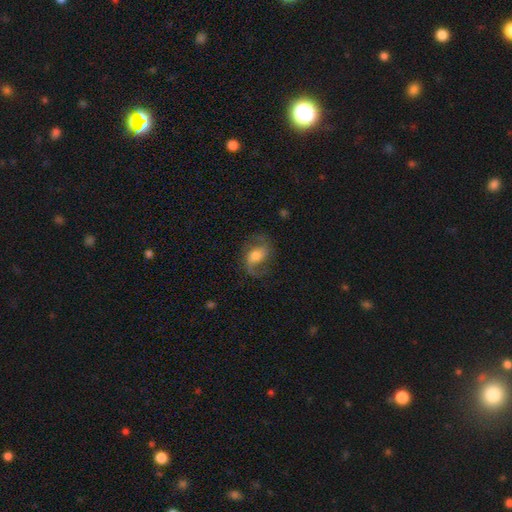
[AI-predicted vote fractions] The model was most divided on "bar" (2-way tie): weak: 42%, no: 42%, strong: 16%. Remaining: edge-on disk — no (97%); spiral arms — yes (93%); spiral arm count — 2 (88%); smooth or featured — featured or disk (75%); merging — none (70%); bulge size — moderate (53%); spiral winding — loose (48%).